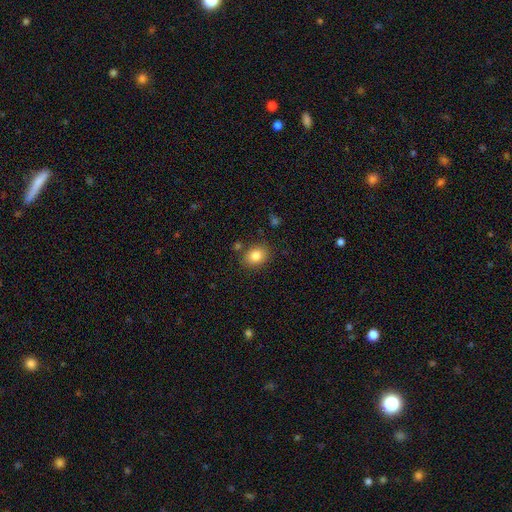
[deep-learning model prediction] Q: Smooth or featured?
A: smooth (84%); runner-up: star or artifact (9%)
Q: How rounded?
A: in between (50%); runner-up: round (49%)
Q: Merging?
A: none (81%); runner-up: minor disturbance (11%)